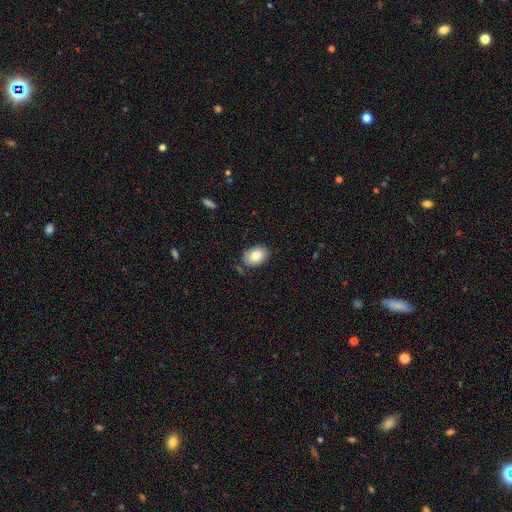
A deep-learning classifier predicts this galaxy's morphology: The model was most divided on "merging": none: 78%, minor disturbance: 16%, major disturbance: 3%, merger: 3%. More confident: smooth or featured — smooth (83%); how rounded — in between (82%).